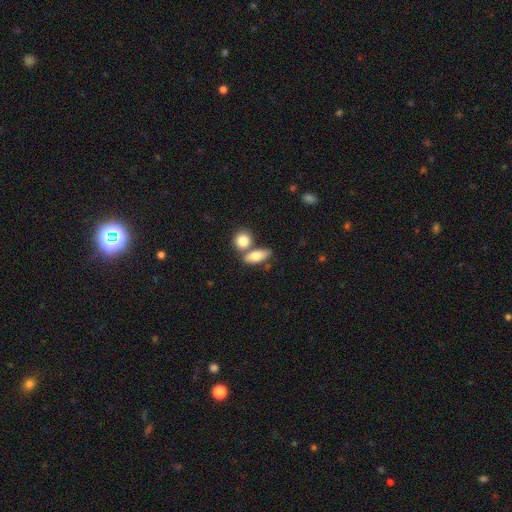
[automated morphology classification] type=smooth (78%); roundness=in between (75%); merging=none (48%).